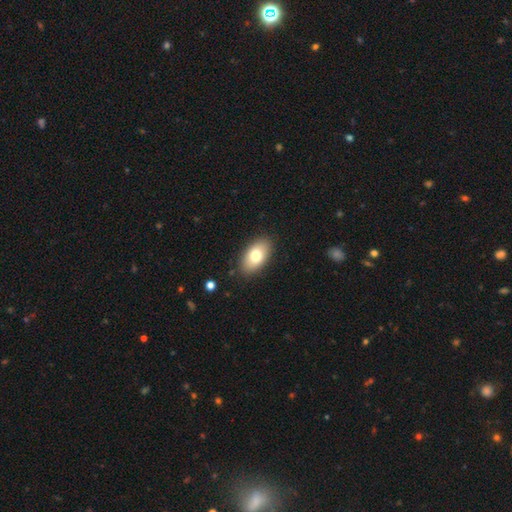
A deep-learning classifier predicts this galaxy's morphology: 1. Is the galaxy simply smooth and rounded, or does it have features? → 76% smooth, 17% featured or disk, 7% star or artifact.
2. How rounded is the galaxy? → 93% in between, 4% round, 2% cigar-shaped.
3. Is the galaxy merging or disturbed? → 87% none, 9% minor disturbance, 2% major disturbance, 1% merger.